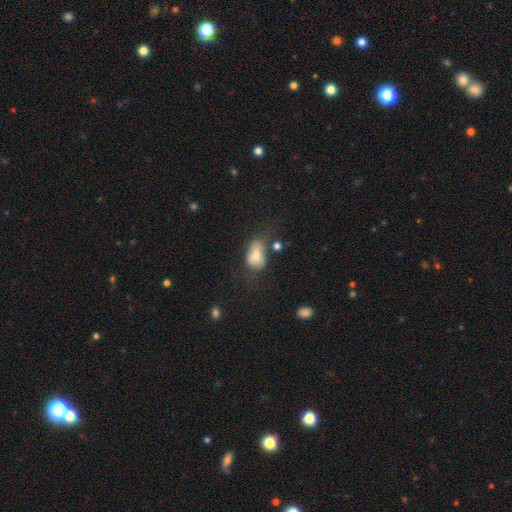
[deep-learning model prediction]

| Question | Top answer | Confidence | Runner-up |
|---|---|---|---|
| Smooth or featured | smooth | 71% | featured or disk (19%) |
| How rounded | in between | 80% | round (18%) |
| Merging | none | 29% | minor disturbance (28%) |